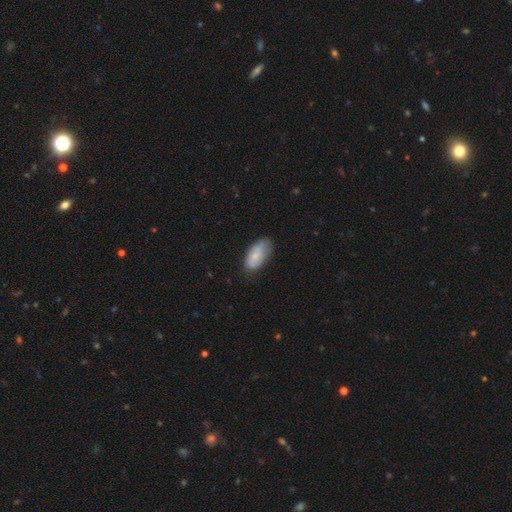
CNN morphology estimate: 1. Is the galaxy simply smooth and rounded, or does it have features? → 65% smooth, 28% featured or disk, 6% star or artifact.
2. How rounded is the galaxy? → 92% in between, 5% cigar-shaped, 3% round.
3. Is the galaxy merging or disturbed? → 66% none, 27% minor disturbance, 6% major disturbance, 2% merger.